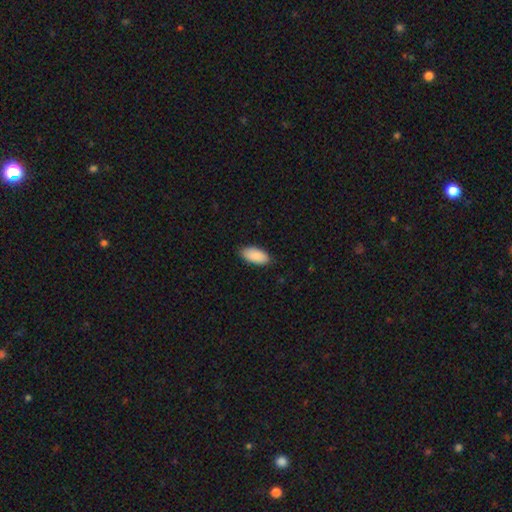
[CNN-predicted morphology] Smooth or featured? smooth (90%)
How rounded? in between (93%)
Merging? none (86%)